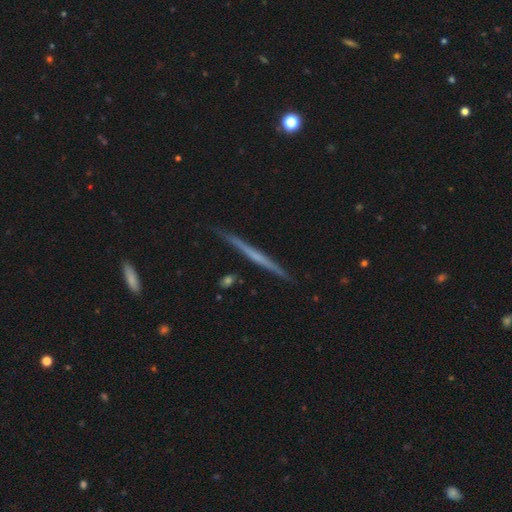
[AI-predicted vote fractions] A featured or disk galaxy (62%) viewed edge-on (98%) with no central bulge (82%). Merging: none (90%).